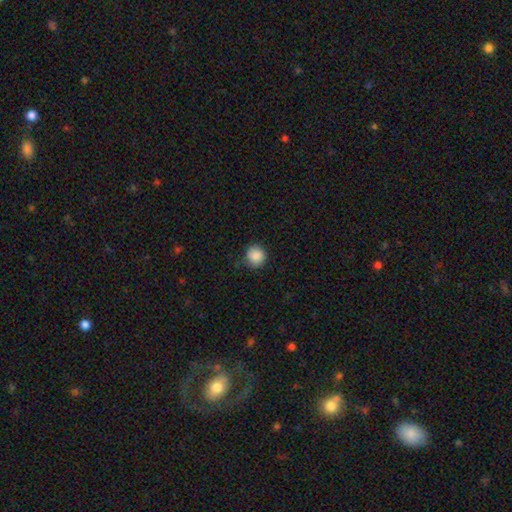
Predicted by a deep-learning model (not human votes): A smooth galaxy with no disk features (87%) that is round (90%). Merging: none (74%).